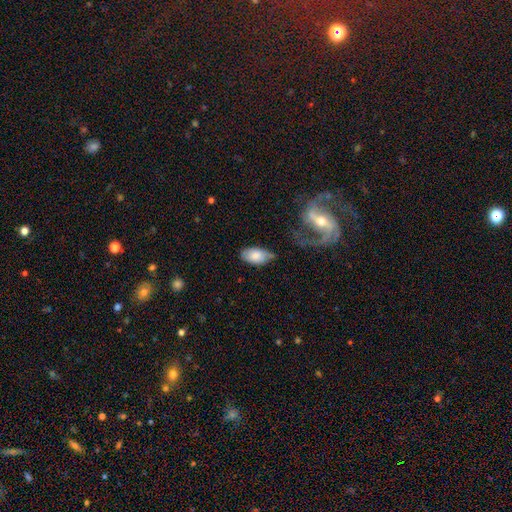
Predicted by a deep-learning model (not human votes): smooth_or_featured: smooth (p=0.76) [alt: featured or disk p=0.17]
how_rounded: in between (p=0.93) [alt: round p=0.04]
merging: none (p=0.60) [alt: minor disturbance p=0.27]